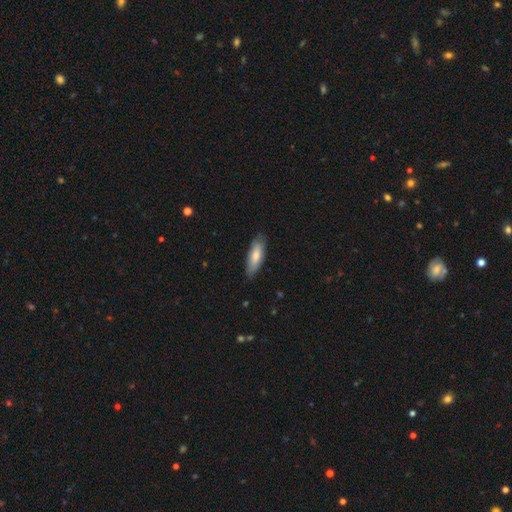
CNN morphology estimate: type=smooth (71%); roundness=in between (63%); merging=none (79%).